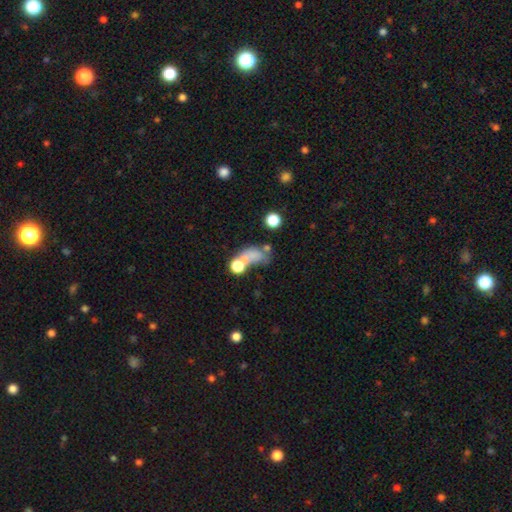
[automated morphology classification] A smooth galaxy with no disk features (59%) that is in between round and cigar-shaped (68%).

Vote fractions:
- Smooth or featured? smooth: 59% / featured or disk: 24% / star or artifact: 17%
- How rounded? in between: 68% / round: 28% / cigar-shaped: 3%
- Merging? merger: 40% / none: 27% / major disturbance: 19% / minor disturbance: 15%